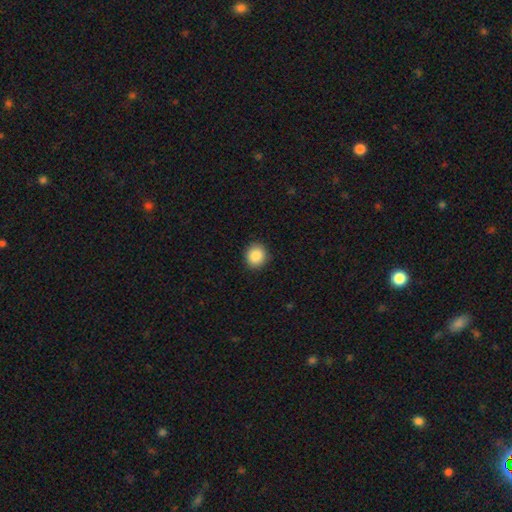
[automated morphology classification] A smooth galaxy with no disk features (87%) that is round (84%).

Vote fractions:
- Smooth or featured? smooth: 87% / star or artifact: 9% / featured or disk: 4%
- How rounded? round: 84% / in between: 16% / cigar-shaped: 1%
- Merging? none: 91% / minor disturbance: 6% / major disturbance: 2% / merger: 1%